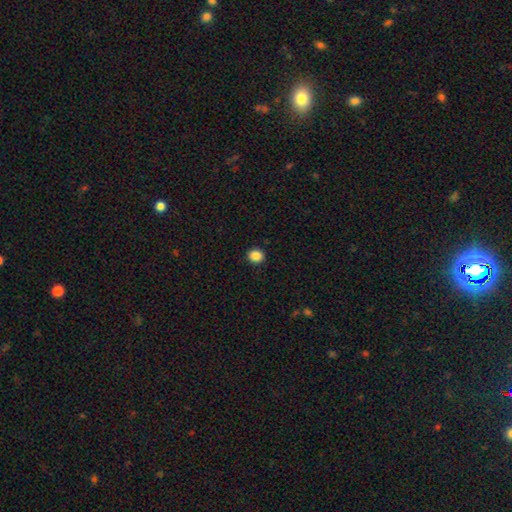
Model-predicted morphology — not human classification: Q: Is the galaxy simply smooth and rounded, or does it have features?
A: smooth — 87%.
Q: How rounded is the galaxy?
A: round — 83%.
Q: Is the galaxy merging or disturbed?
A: none — 92%.